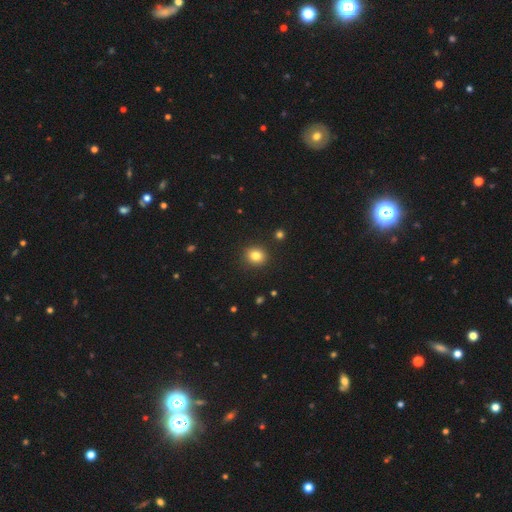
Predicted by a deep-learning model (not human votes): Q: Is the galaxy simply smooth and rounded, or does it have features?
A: smooth — 82%.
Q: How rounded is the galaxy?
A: round — 74%.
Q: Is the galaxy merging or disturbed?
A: none — 90%.